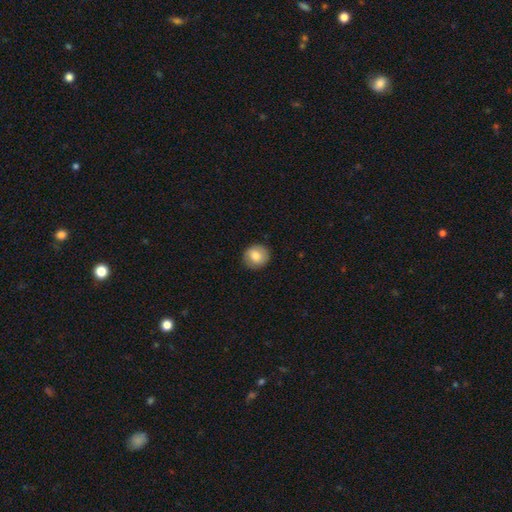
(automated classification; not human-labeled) Smooth or featured: smooth — 81% (featured or disk — 12%)
How rounded: round — 87% (in between — 12%)
Merging: none — 89% (minor disturbance — 8%)